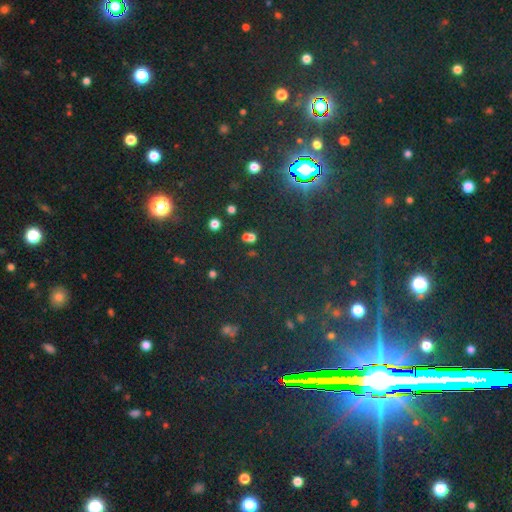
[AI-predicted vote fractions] Overall: star or artifact (80%).